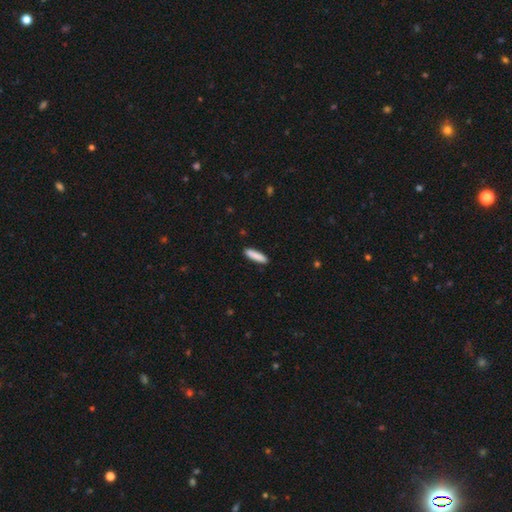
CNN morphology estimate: The model was most divided on "how rounded": cigar-shaped: 81%, in between: 18%, round: 1%. More confident: merging — none (89%); smooth or featured — smooth (87%).